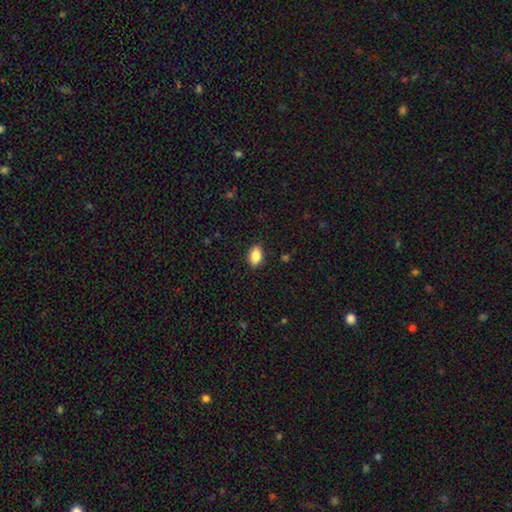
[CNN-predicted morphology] The model was most divided on "smooth or featured": smooth: 86%, star or artifact: 8%, featured or disk: 7%. More confident: how rounded — in between (89%); merging — none (89%).